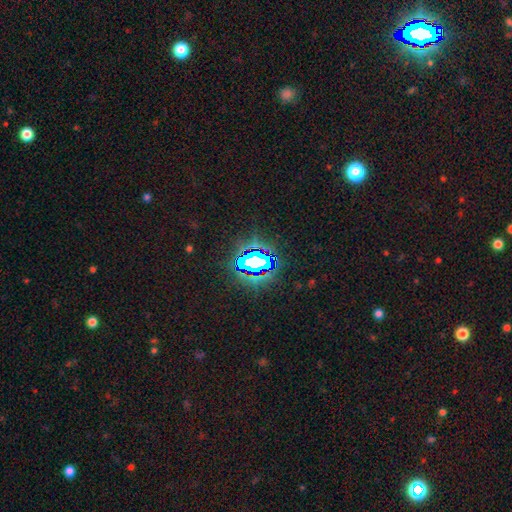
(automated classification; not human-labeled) smooth_or_featured: star or artifact (p=0.80) [alt: smooth p=0.12]